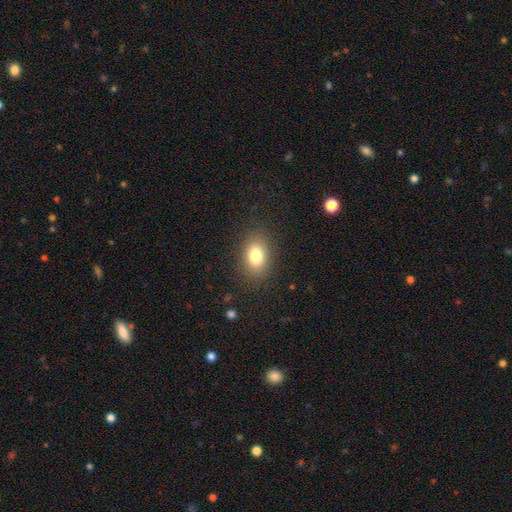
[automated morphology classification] The model was most divided on "how rounded": in between: 81%, round: 17%, cigar-shaped: 2%. More confident: merging — none (85%); smooth or featured — smooth (81%).